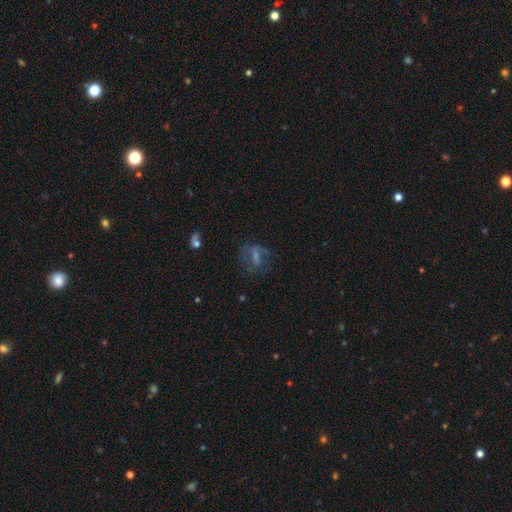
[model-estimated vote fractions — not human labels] Smooth or featured? Predicted: featured or disk (p=0.42). Merging? Predicted: none (p=0.61).